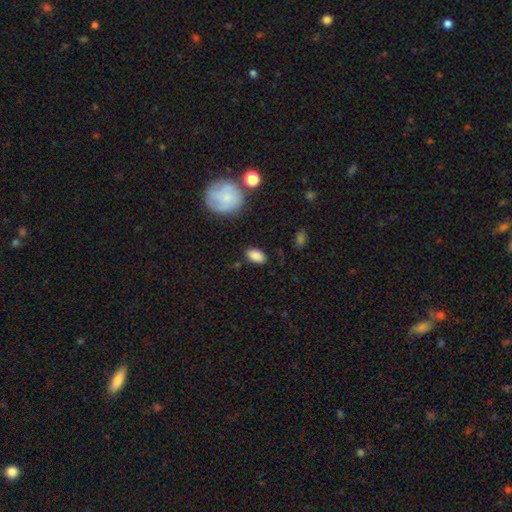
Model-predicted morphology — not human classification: Smooth or featured?
  - smooth: 86% *
  - star or artifact: 8%
  - featured or disk: 6%
How rounded?
  - in between: 91% *
  - round: 7%
  - cigar-shaped: 2%
Merging?
  - none: 82% *
  - minor disturbance: 12%
  - major disturbance: 3%
  - merger: 2%